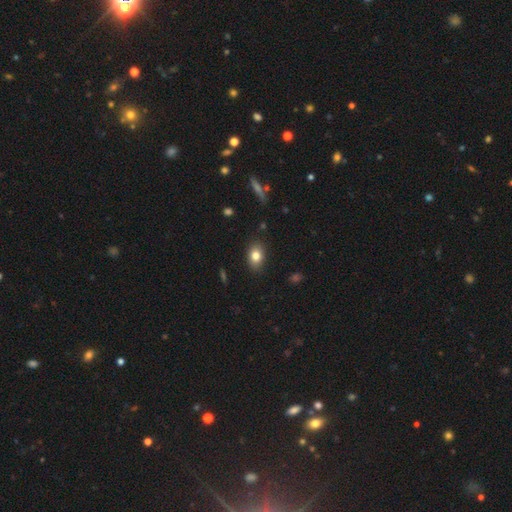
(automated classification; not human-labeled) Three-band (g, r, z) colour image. It shows a smooth galaxy with no disk features (80%) that is in between round and cigar-shaped (76%). Merging: none (86%).